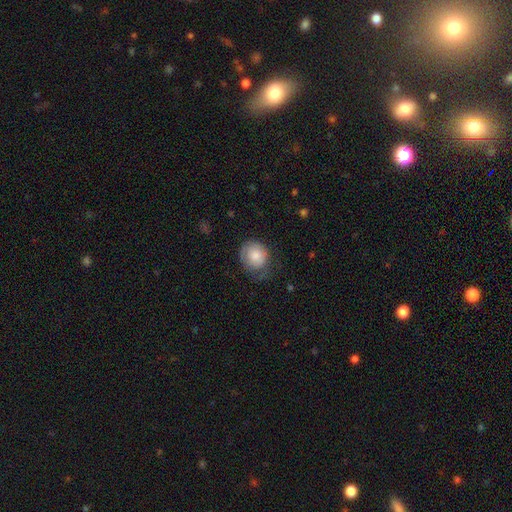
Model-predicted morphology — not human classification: A smooth galaxy with no disk features (75%) that is round (74%).

Vote fractions:
- Smooth or featured? smooth: 75% / featured or disk: 18% / star or artifact: 7%
- How rounded? round: 74% / in between: 25% / cigar-shaped: 1%
- Merging? none: 51% / minor disturbance: 32% / major disturbance: 16% / merger: 1%